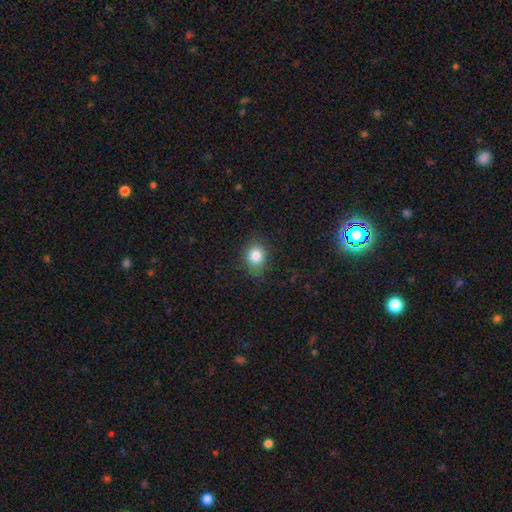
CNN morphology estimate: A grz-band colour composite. It shows a smooth galaxy with no disk features (83%) that is round (63%). Merging: none (79%).